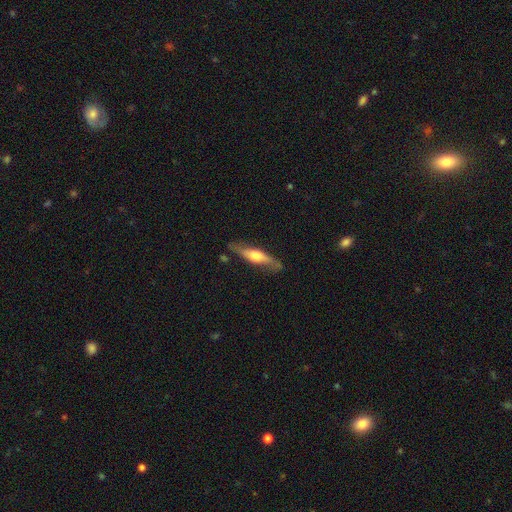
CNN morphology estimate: smooth_or_featured: featured or disk (p=0.57) [alt: smooth p=0.37]
disk_edge_on: yes (p=0.80) [alt: no p=0.20]
merging: none (p=0.74) [alt: minor disturbance p=0.19]